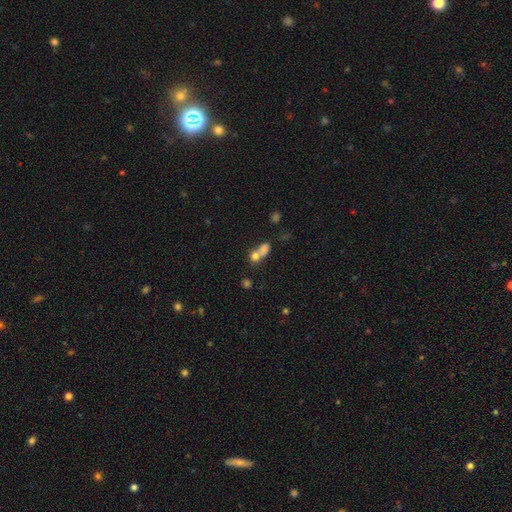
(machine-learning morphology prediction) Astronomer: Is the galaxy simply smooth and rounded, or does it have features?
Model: smooth — 72%.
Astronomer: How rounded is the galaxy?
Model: round — 59% (runner-up: in between, 37%).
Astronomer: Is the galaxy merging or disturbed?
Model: merger — 63%.